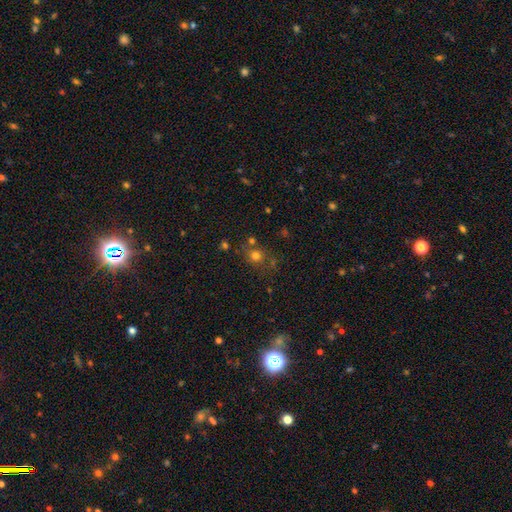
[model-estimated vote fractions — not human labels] Smooth or featured?
  - smooth: 70% *
  - star or artifact: 21%
  - featured or disk: 9%
How rounded?
  - round: 83% *
  - in between: 16%
  - cigar-shaped: 1%
Merging?
  - none: 70% *
  - merger: 13%
  - minor disturbance: 12%
  - major disturbance: 5%